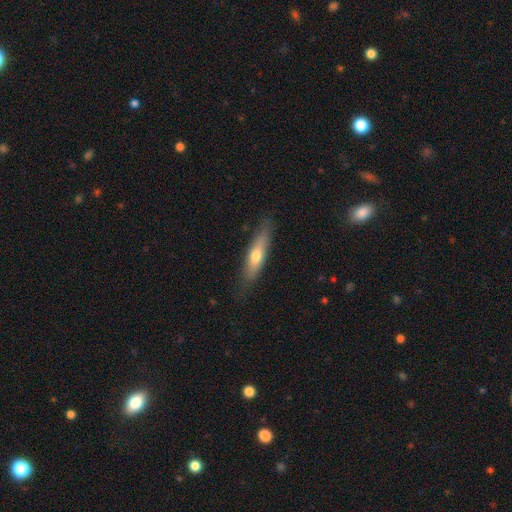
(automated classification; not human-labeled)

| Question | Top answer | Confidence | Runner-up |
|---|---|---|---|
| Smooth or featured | smooth | 61% | featured or disk (33%) |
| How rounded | cigar-shaped | 70% | in between (27%) |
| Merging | none | 80% | minor disturbance (15%) |